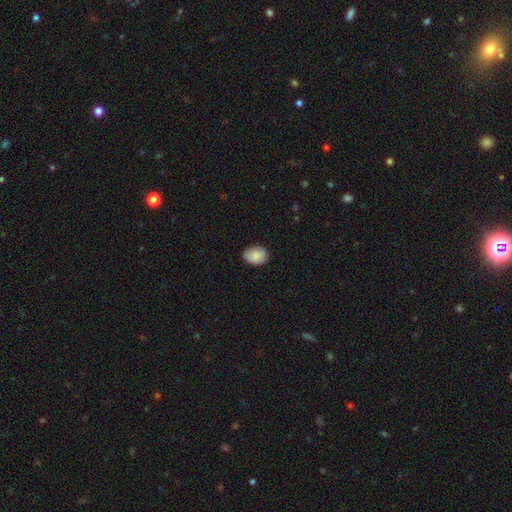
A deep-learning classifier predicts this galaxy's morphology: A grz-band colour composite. It shows a smooth galaxy with no disk features (88%) that is in between round and cigar-shaped (66%). Merging: none (83%).